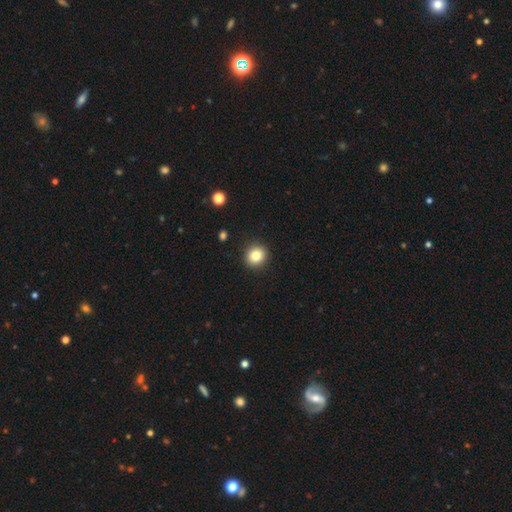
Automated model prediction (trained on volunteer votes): Smooth or featured: smooth — 84% (star or artifact — 10%)
How rounded: round — 87% (in between — 12%)
Merging: none — 92% (minor disturbance — 5%)